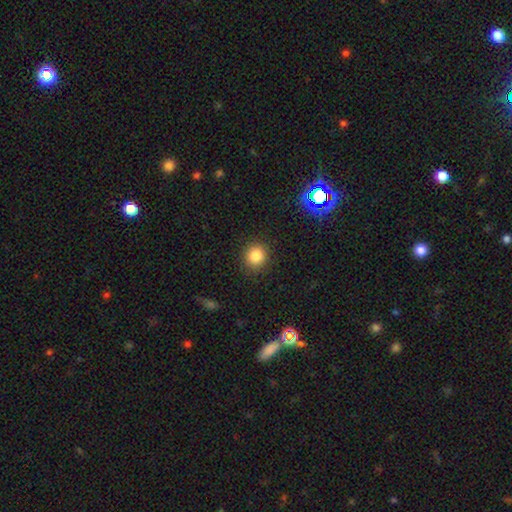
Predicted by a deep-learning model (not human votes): A smooth galaxy with no disk features (84%) that is round (89%).

Vote fractions:
- Smooth or featured? smooth: 84% / star or artifact: 11% / featured or disk: 5%
- How rounded? round: 89% / in between: 10% / cigar-shaped: 1%
- Merging? none: 89% / minor disturbance: 7% / major disturbance: 2% / merger: 1%